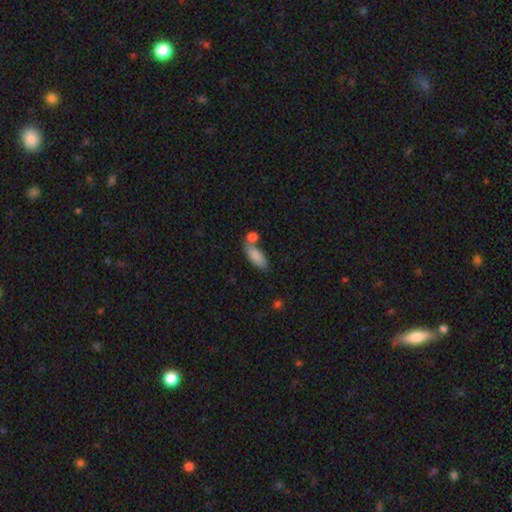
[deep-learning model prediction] Q: Smooth or featured?
A: smooth (85%); runner-up: featured or disk (8%)
Q: How rounded?
A: in between (77%); runner-up: cigar-shaped (21%)
Q: Merging?
A: none (53%); runner-up: merger (27%)